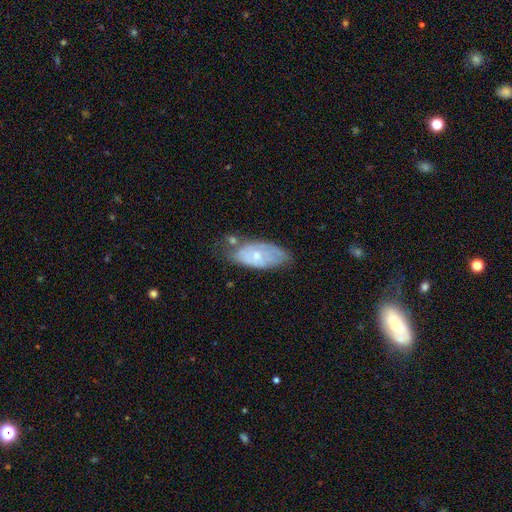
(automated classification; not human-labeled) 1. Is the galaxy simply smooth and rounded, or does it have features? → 53% featured or disk, 40% smooth, 7% star or artifact.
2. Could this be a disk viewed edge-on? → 89% no, 11% yes.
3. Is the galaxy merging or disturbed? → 52% none, 30% minor disturbance, 9% major disturbance, 9% merger.